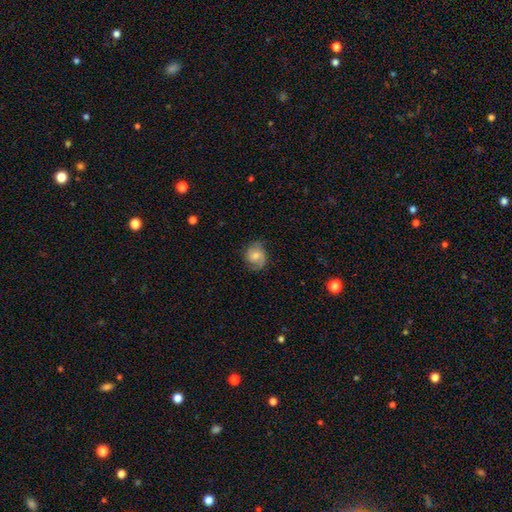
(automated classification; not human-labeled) Q: Smooth or featured?
A: smooth (53%); runner-up: featured or disk (38%)
Q: How rounded?
A: round (64%); runner-up: in between (35%)
Q: Merging?
A: none (66%); runner-up: minor disturbance (24%)